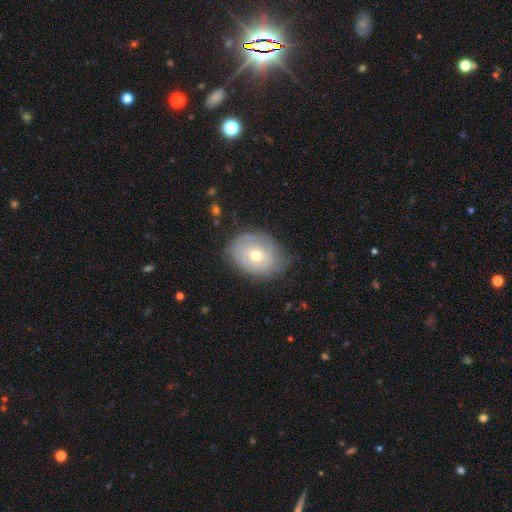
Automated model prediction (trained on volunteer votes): The model was most divided on "smooth or featured": featured or disk: 50%, smooth: 42%, star or artifact: 8%. More confident: edge-on disk — no (95%); merging — none (71%).